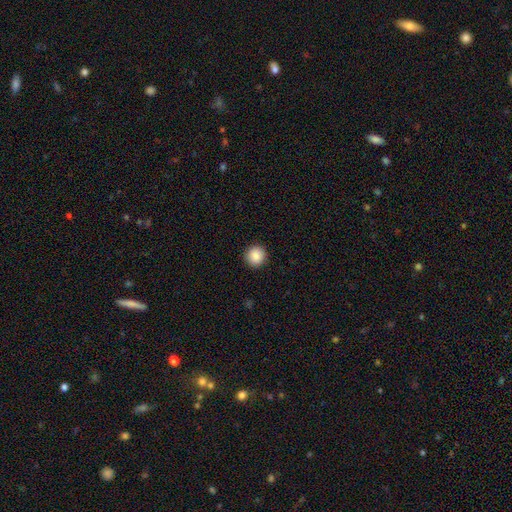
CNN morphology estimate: smooth_or_featured: smooth (p=0.88) [alt: star or artifact p=0.09]
how_rounded: round (p=0.94) [alt: in between p=0.05]
merging: none (p=0.92) [alt: minor disturbance p=0.05]